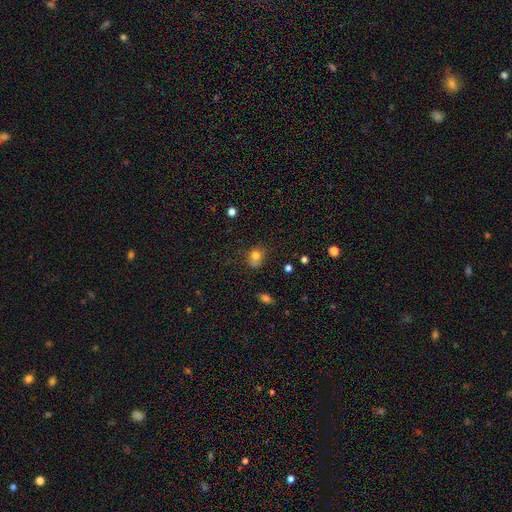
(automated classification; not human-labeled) A smooth galaxy with no disk features (77%) that is round (55%).

Vote fractions:
- Smooth or featured? smooth: 77% / star or artifact: 13% / featured or disk: 10%
- How rounded? round: 55% / in between: 44% / cigar-shaped: 1%
- Merging? none: 57% / minor disturbance: 28% / major disturbance: 10% / merger: 6%